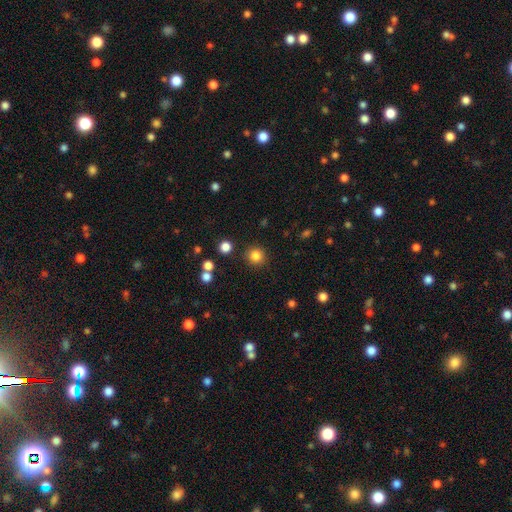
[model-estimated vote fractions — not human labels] This appears to be a smooth galaxy with no disk features (83%) that is round (94%). Merging: none (89%).